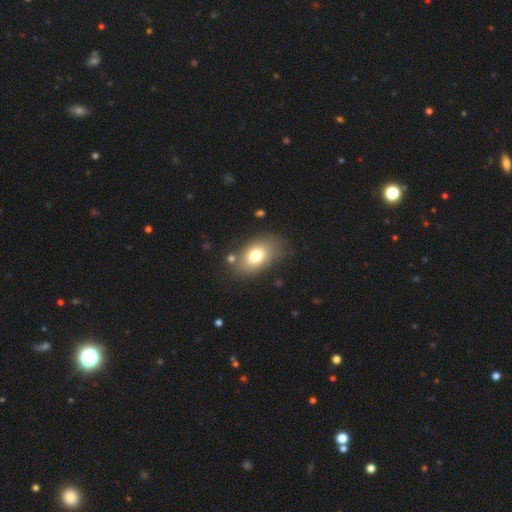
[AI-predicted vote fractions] A smooth galaxy with no disk features (74%) that is in between round and cigar-shaped (84%).

Vote fractions:
- Smooth or featured? smooth: 74% / featured or disk: 16% / star or artifact: 10%
- How rounded? in between: 84% / round: 15% / cigar-shaped: 2%
- Merging? none: 75% / minor disturbance: 14% / merger: 6% / major disturbance: 5%